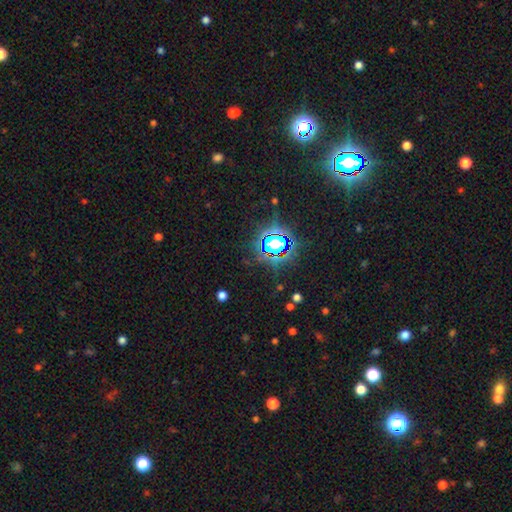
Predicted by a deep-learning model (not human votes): Smooth or featured? Predicted: star or artifact (p=0.79).